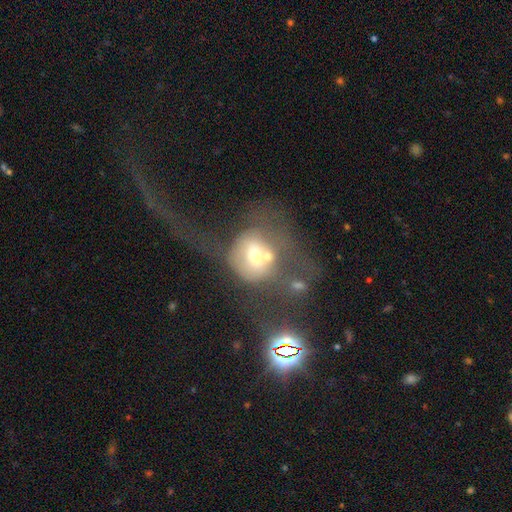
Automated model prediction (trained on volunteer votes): smooth-or-featured: smooth: 50% | featured or disk: 38% | star or artifact: 12%
  how-rounded: round: 67% | in between: 32% | cigar-shaped: 1%
  merging: merger: 35% | major disturbance: 33% | none: 20% | minor disturbance: 12%